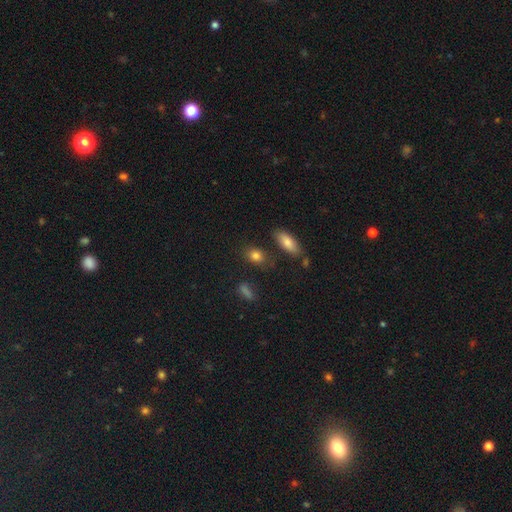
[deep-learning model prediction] Smooth or featured?
  - smooth: 82% *
  - star or artifact: 10%
  - featured or disk: 8%
How rounded?
  - in between: 64% *
  - round: 32%
  - cigar-shaped: 4%
Merging?
  - none: 78% *
  - minor disturbance: 12%
  - merger: 6%
  - major disturbance: 4%